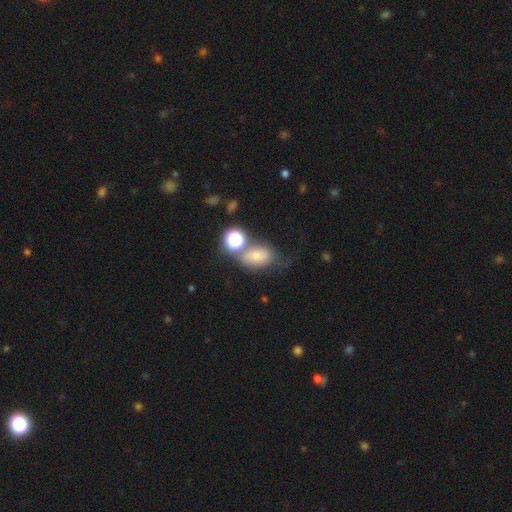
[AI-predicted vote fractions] Smooth or featured: smooth — 64% (featured or disk — 18%)
How rounded: in between — 73% (round — 24%)
Merging: none — 42% (merger — 23%)